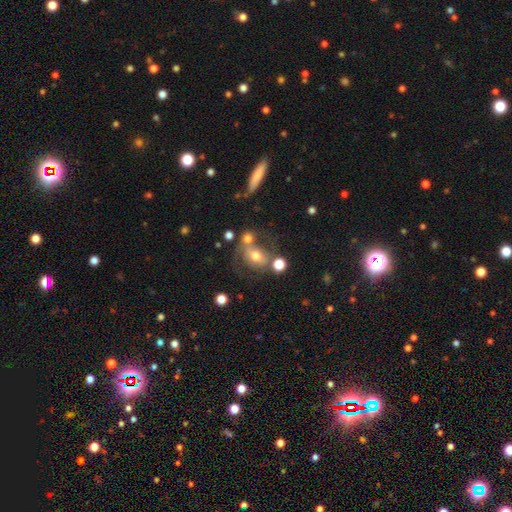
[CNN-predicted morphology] Smooth or featured: smooth — 51% (featured or disk — 37%)
How rounded: round — 50% (in between — 48%)
Merging: none — 40% (merger — 27%)